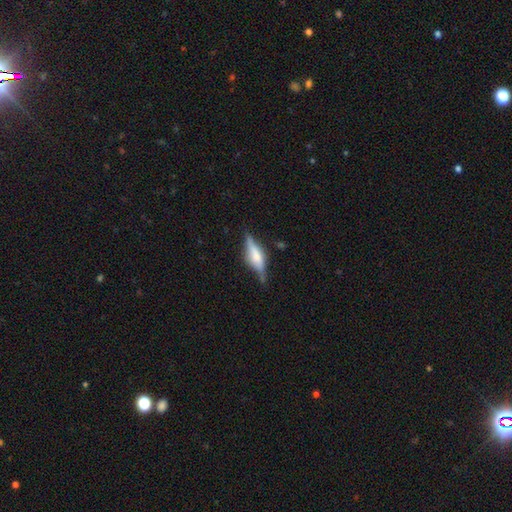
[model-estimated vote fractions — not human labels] This is likely a featured or disk galaxy (64%). It is clearly viewed edge-on (94%). Edge-on bulge: possibly rounded (58%). Merging: likely none (74%).